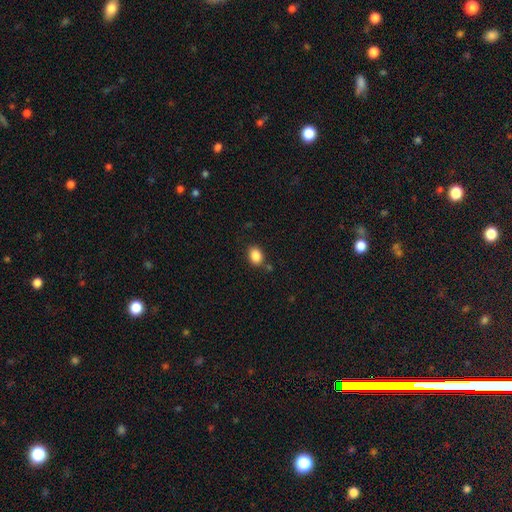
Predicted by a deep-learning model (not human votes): Smooth or featured?
  - smooth: 87% *
  - star or artifact: 9%
  - featured or disk: 4%
How rounded?
  - in between: 63% *
  - round: 36%
  - cigar-shaped: 1%
Merging?
  - none: 82% *
  - minor disturbance: 11%
  - merger: 4%
  - major disturbance: 3%